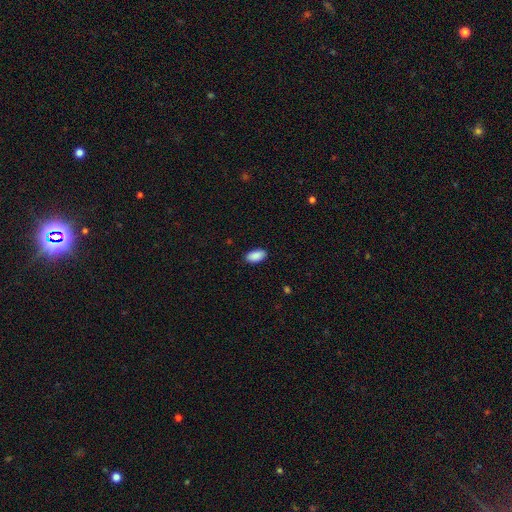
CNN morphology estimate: Smooth or featured?
  - smooth: 90% *
  - star or artifact: 7%
  - featured or disk: 3%
How rounded?
  - in between: 94% *
  - cigar-shaped: 3%
  - round: 3%
Merging?
  - none: 88% *
  - minor disturbance: 9%
  - major disturbance: 2%
  - merger: 1%